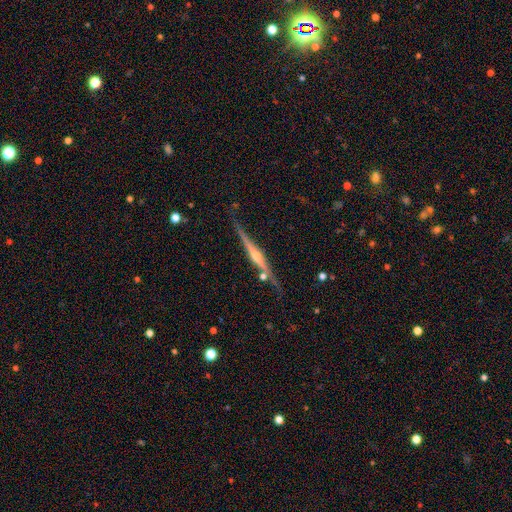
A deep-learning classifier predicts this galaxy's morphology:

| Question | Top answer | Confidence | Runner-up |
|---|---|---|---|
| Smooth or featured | featured or disk | 80% | smooth (13%) |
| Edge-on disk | yes | 97% | no (3%) |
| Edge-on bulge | rounded | 73% | none (16%) |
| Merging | none | 75% | minor disturbance (17%) |